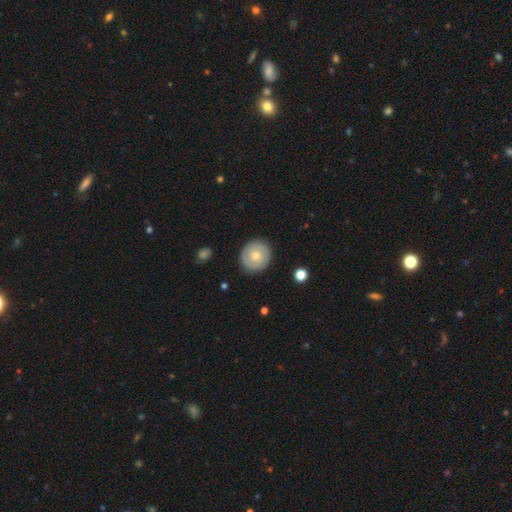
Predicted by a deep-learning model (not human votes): Q: Smooth or featured?
A: smooth (59%); runner-up: featured or disk (34%)
Q: How rounded?
A: round (89%); runner-up: in between (10%)
Q: Merging?
A: none (88%); runner-up: minor disturbance (9%)